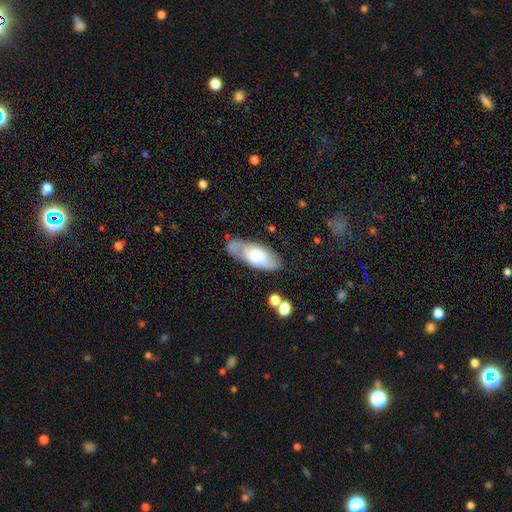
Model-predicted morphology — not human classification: This is possibly a smooth galaxy (51%). How rounded: clearly in between (82%). Merging: likely none (70%).